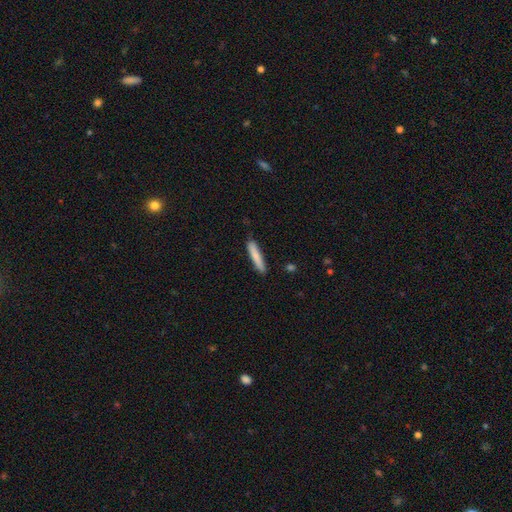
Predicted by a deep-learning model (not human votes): Smooth or featured?
  - smooth: 81% *
  - featured or disk: 14%
  - star or artifact: 6%
How rounded?
  - cigar-shaped: 91% *
  - in between: 8%
  - round: 1%
Merging?
  - none: 84% *
  - minor disturbance: 13%
  - major disturbance: 2%
  - merger: 1%